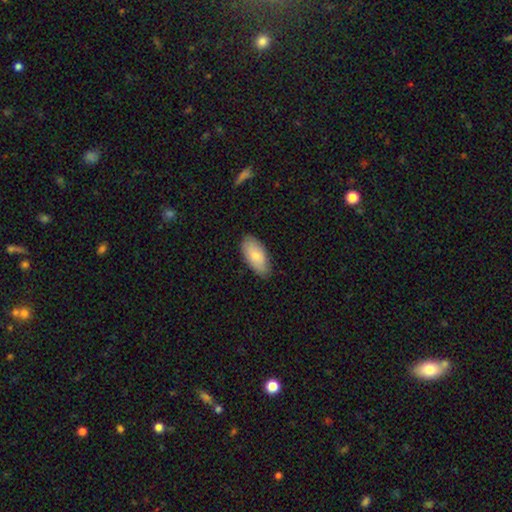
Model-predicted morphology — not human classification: smooth 80%, featured or disk 14%, star or artifact 6%. Down the decision tree: how rounded — in between (93%); merging — none (80%).